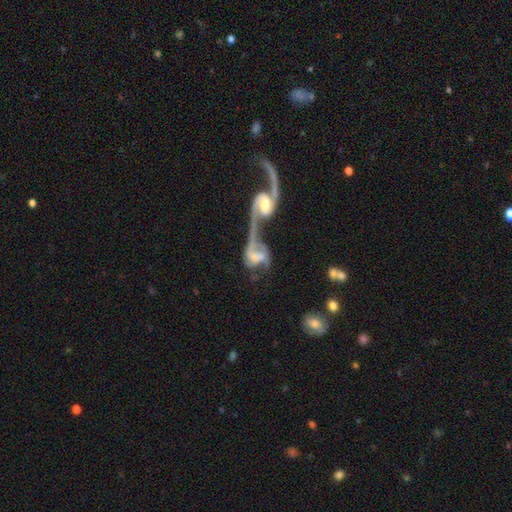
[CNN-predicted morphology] smooth_or_featured: featured or disk (p=0.77) [alt: smooth p=0.17]
disk_edge_on: no (p=0.96) [alt: yes p=0.04]
bar: weak (p=0.40) [alt: no p=0.37]
has_spiral_arms: yes (p=0.87) [alt: no p=0.13]
spiral_winding: loose (p=0.51) [alt: medium p=0.34]
spiral_arm_count: 2 (p=0.71) [alt: 1 p=0.16]
bulge_size: moderate (p=0.33) [alt: none p=0.27]
merging: merger (p=0.72) [alt: major disturbance p=0.14]